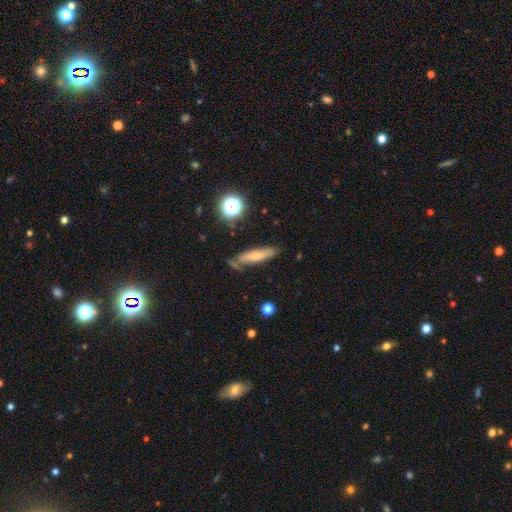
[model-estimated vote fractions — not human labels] A smooth galaxy with no disk features (60%) that is cigar-shaped (75%).

Vote fractions:
- Smooth or featured? smooth: 60% / featured or disk: 30% / star or artifact: 10%
- How rounded? cigar-shaped: 75% / in between: 21% / round: 3%
- Merging? none: 69% / minor disturbance: 20% / merger: 6% / major disturbance: 5%